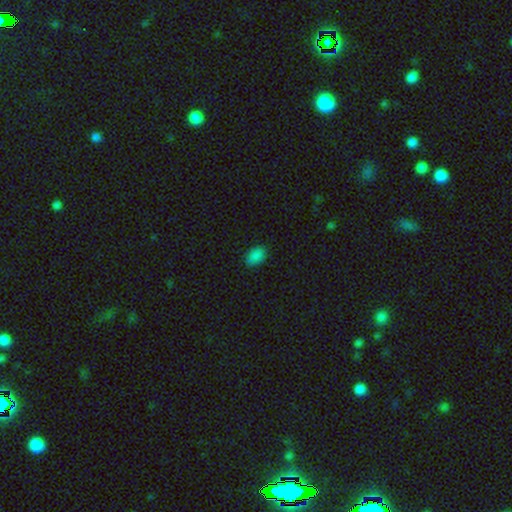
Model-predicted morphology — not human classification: This is clearly a smooth galaxy (86%). How rounded: clearly in between (87%). Merging: clearly none (85%).